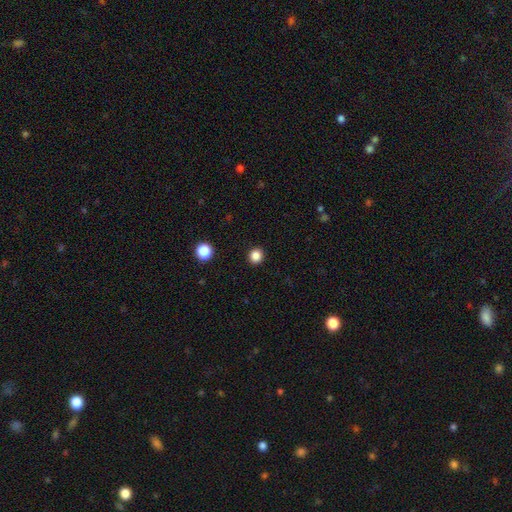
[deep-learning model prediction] Smooth or featured: smooth — 85% (star or artifact — 12%)
How rounded: round — 89% (in between — 10%)
Merging: none — 93% (minor disturbance — 5%)